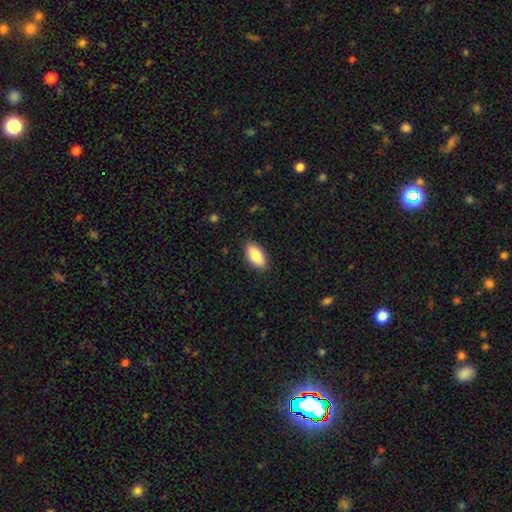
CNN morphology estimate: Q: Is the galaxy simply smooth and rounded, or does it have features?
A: smooth — 84%.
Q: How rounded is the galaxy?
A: in between — 91%.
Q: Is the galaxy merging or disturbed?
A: none — 88%.